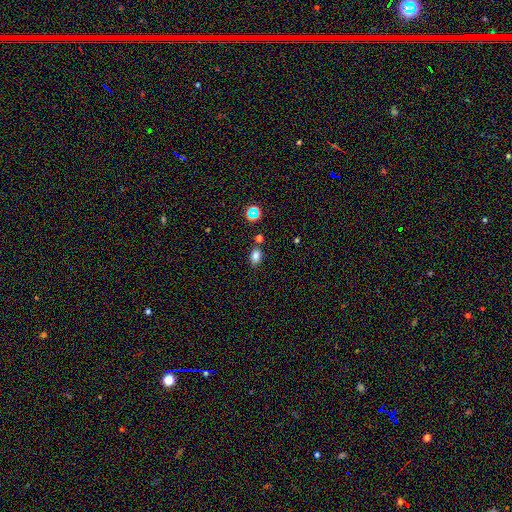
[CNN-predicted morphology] type=smooth (78%); roundness=in between (80%); merging=none (76%).